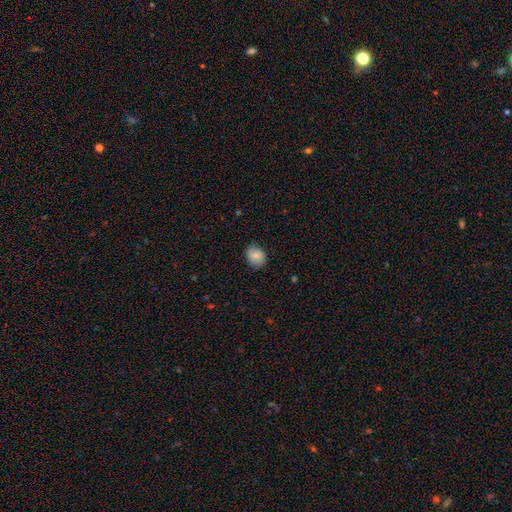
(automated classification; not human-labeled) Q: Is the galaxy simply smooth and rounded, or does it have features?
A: smooth — 86%.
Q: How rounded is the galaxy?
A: round — 53%.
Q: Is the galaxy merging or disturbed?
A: none — 82%.